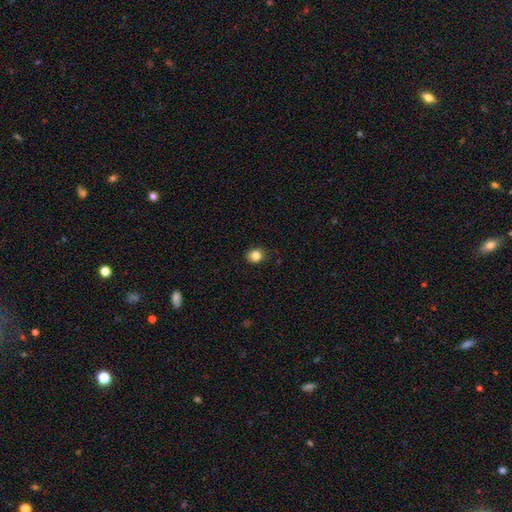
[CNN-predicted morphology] smooth_or_featured: smooth (p=0.83) [alt: star or artifact p=0.11]
how_rounded: round (p=0.71) [alt: in between p=0.28]
merging: none (p=0.85) [alt: minor disturbance p=0.12]